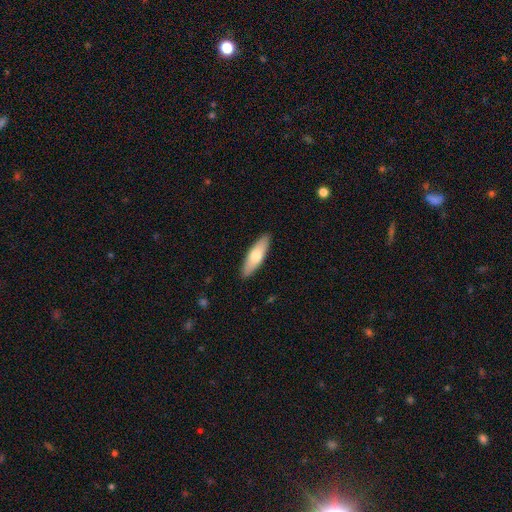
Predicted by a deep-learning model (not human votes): A smooth galaxy with no disk features (68%) that is cigar-shaped (51%).

Vote fractions:
- Smooth or featured? smooth: 68% / featured or disk: 27% / star or artifact: 5%
- How rounded? cigar-shaped: 51% / in between: 47% / round: 2%
- Merging? none: 89% / minor disturbance: 8% / major disturbance: 2% / merger: 1%